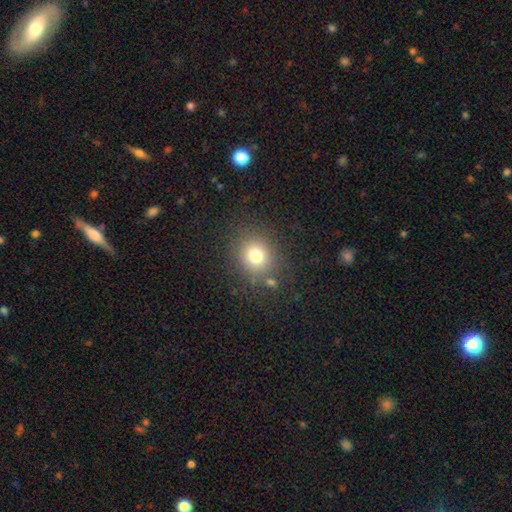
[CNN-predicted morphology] This appears to be a smooth galaxy with no disk features (75%) that is round (85%). Merging: none (82%).